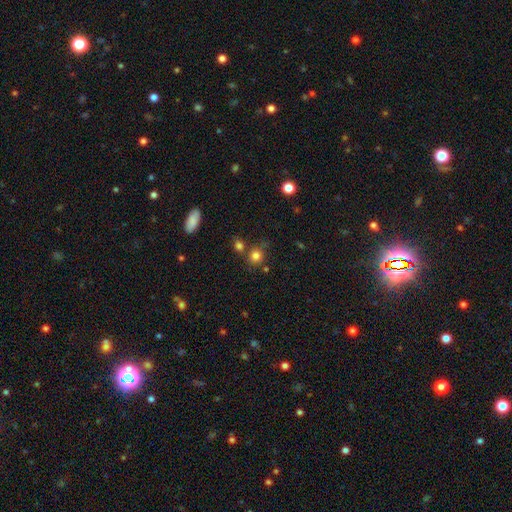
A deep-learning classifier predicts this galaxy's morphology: Smooth or featured: smooth — 80% (star or artifact — 13%)
How rounded: round — 85% (in between — 14%)
Merging: none — 68% (merger — 16%)